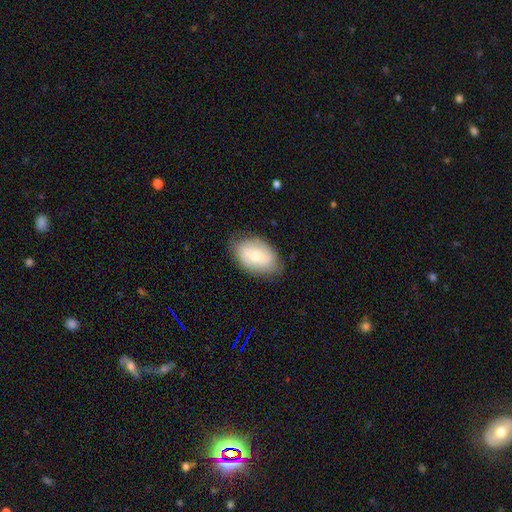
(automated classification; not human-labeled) Smooth or featured? smooth (56%)
How rounded? in between (87%)
Merging? none (74%)